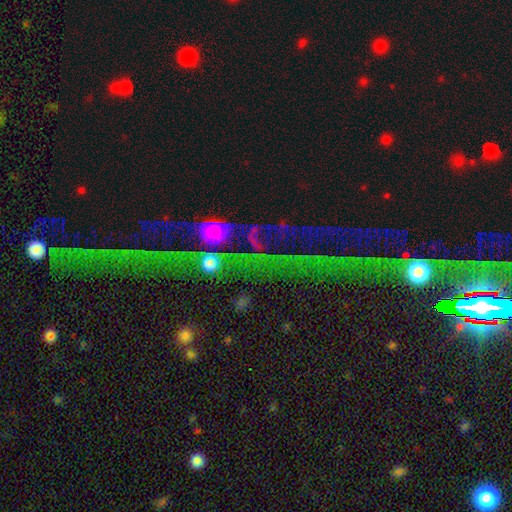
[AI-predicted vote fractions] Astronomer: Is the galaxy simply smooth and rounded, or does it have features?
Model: star or artifact — 80%.